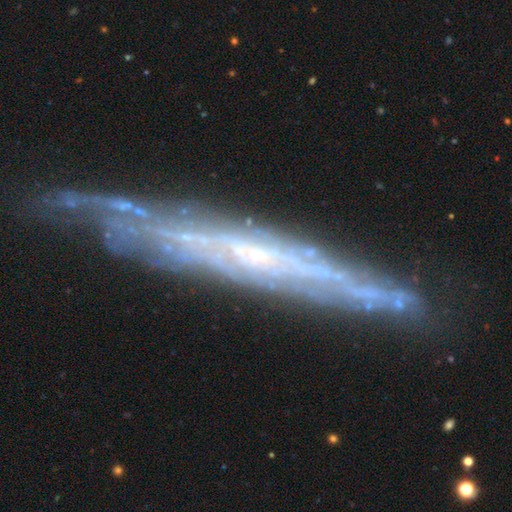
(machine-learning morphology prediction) A featured or disk galaxy (81%) viewed edge-on (71%) with no central bulge (68%).

Vote fractions:
- Smooth or featured? featured or disk: 81% / smooth: 11% / star or artifact: 8%
- Edge-on disk? yes: 71% / no: 29%
- Edge-on bulge? none: 68% / rounded: 28% / boxy: 4%
- Merging? none: 74% / minor disturbance: 19% / major disturbance: 5% / merger: 2%